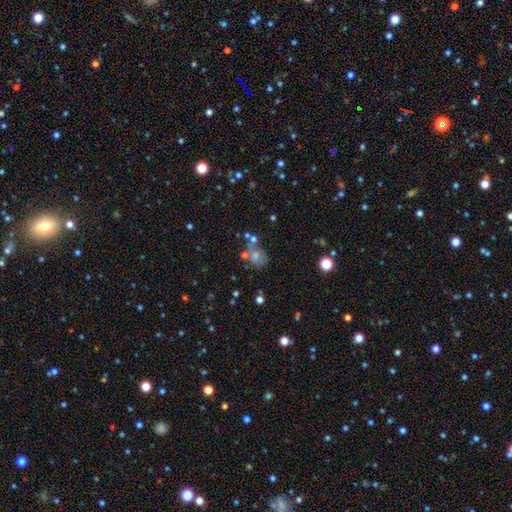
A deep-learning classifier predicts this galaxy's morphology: Smooth or featured?
  - smooth: 48% *
  - star or artifact: 30%
  - featured or disk: 22%
Merging?
  - none: 51% *
  - merger: 21%
  - minor disturbance: 17%
  - major disturbance: 11%